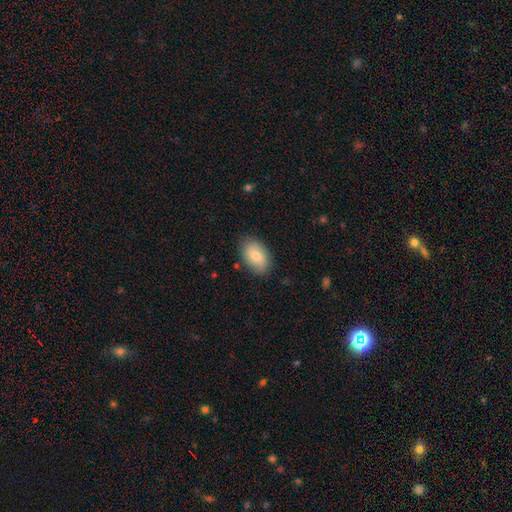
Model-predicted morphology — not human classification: A smooth galaxy with no disk features (76%) that is in between round and cigar-shaped (91%). Merging: none (83%).